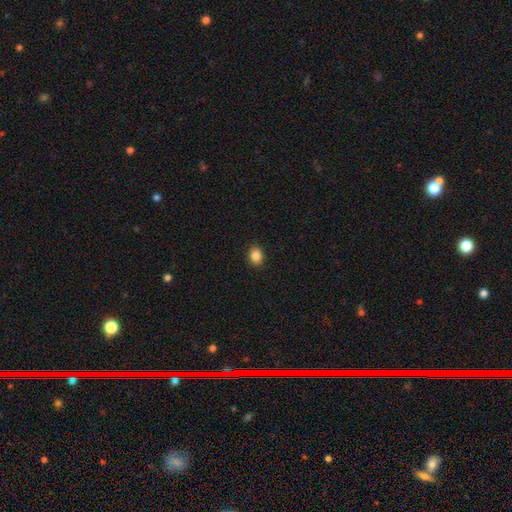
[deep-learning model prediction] Morphology: type=smooth (87%); roundness=in between (61%); merging=none (91%).